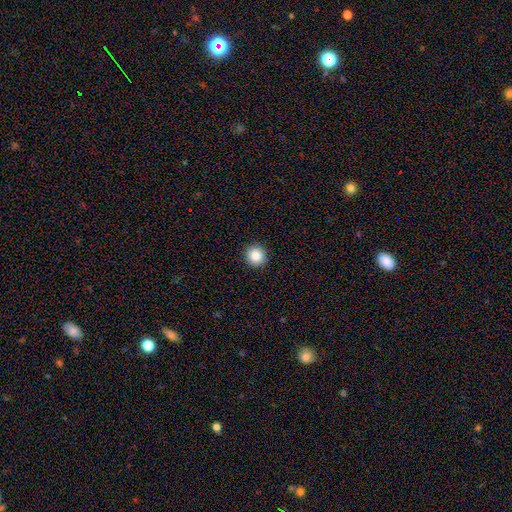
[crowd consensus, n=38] Volunteers were most divided on "how rounded": round: 91%, in between: 9%, cigar-shaped: 0%. More confident: merging — none (94%); smooth or featured — smooth (89%).